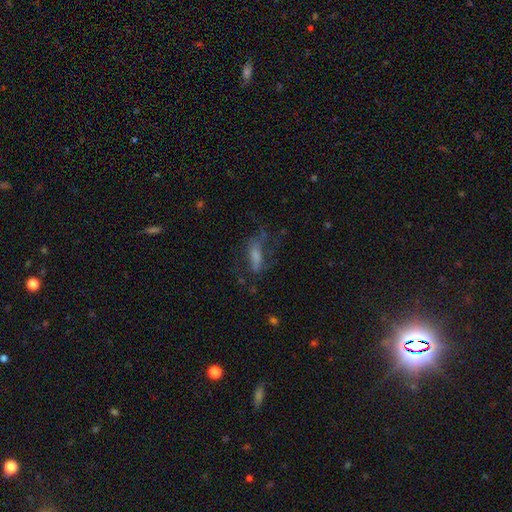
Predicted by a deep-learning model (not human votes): Q: Smooth or featured?
A: featured or disk (42%); runner-up: smooth (38%)
Q: Merging?
A: none (46%); runner-up: major disturbance (31%)